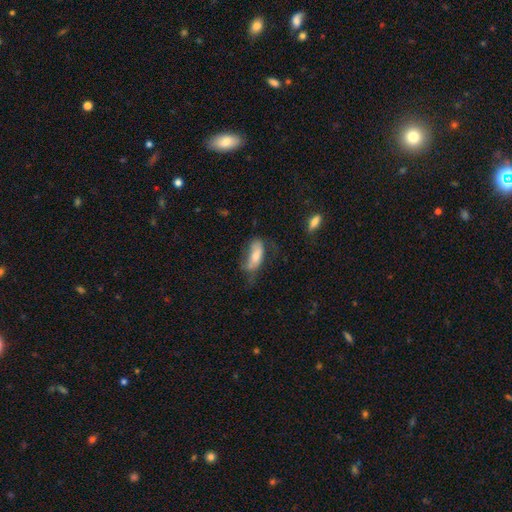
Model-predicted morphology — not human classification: smooth 61%, featured or disk 31%, star or artifact 9%. Down the decision tree: how rounded — in between (75%); merging — none (40%).